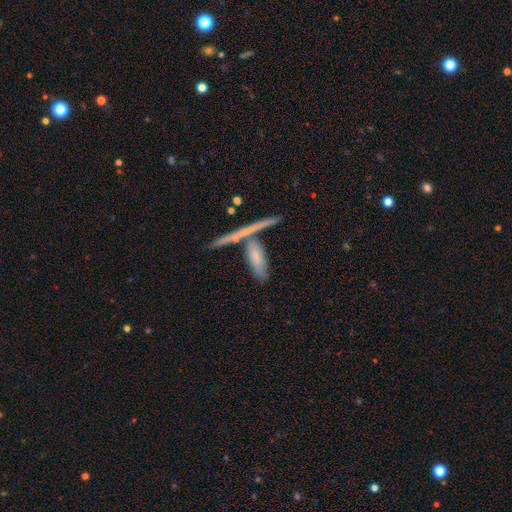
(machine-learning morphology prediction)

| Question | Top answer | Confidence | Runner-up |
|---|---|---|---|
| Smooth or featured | featured or disk | 44% | smooth (40%) |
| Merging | none | 58% | merger (28%) |